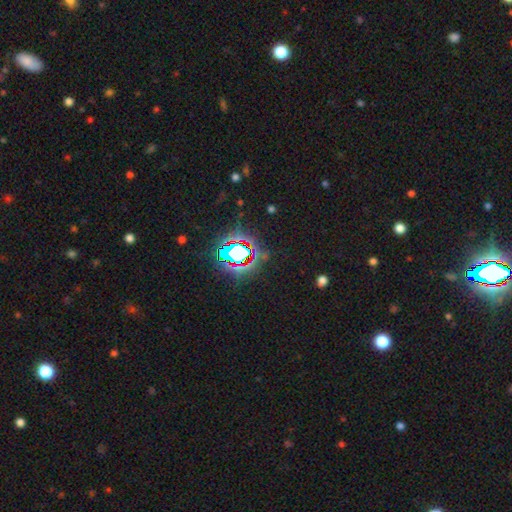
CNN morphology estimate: Q: Smooth or featured?
A: star or artifact (81%); runner-up: smooth (11%)